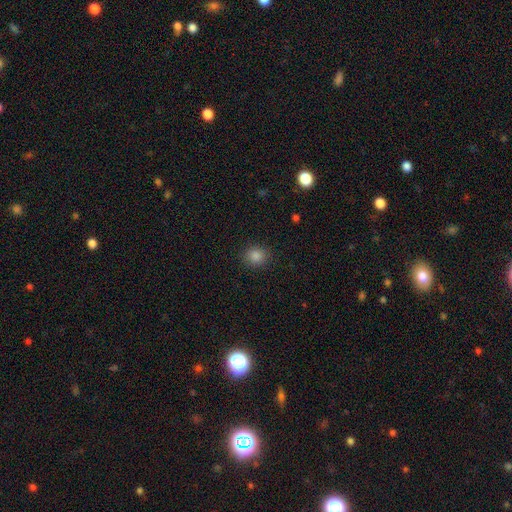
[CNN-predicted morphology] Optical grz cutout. It shows a smooth galaxy with no disk features (83%) that is round (82%). Merging: none (90%).